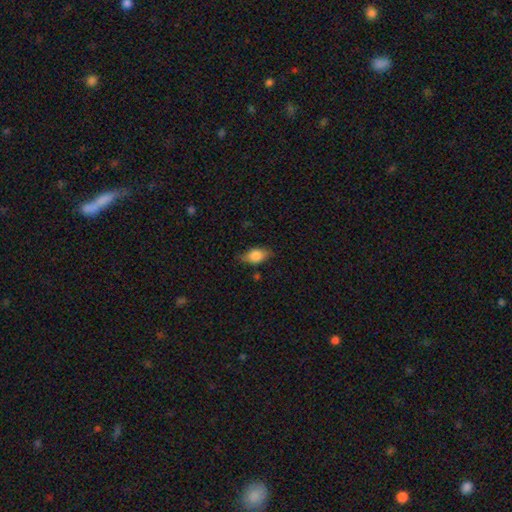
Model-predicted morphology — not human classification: A smooth galaxy with no disk features (78%) that is in between round and cigar-shaped (85%). Merging: none (73%).